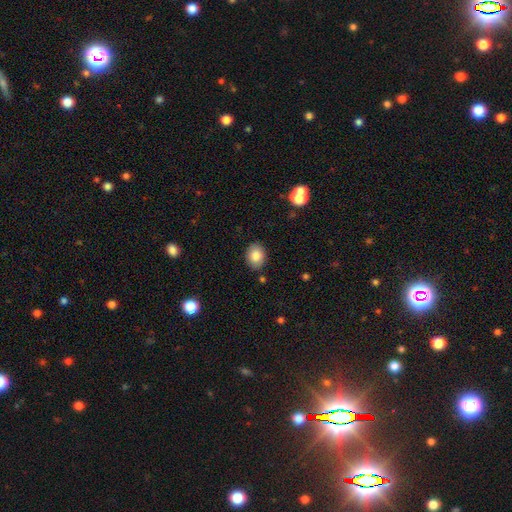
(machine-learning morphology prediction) The model was most divided on "how rounded": in between: 58%, round: 41%, cigar-shaped: 1%. More confident: merging — none (85%); smooth or featured — smooth (84%).